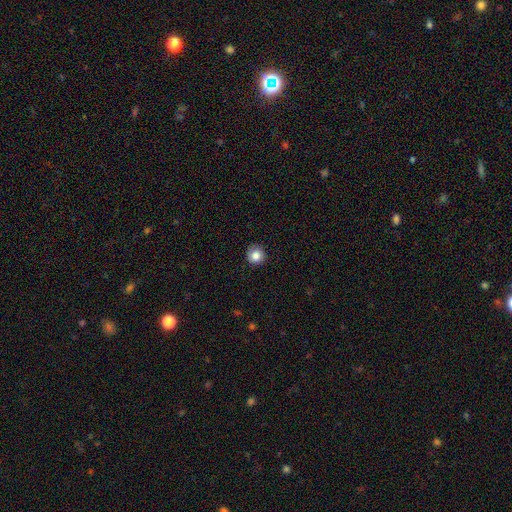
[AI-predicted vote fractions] smooth-or-featured: smooth: 83% | star or artifact: 10% | featured or disk: 7%
  how-rounded: round: 93% | in between: 6% | cigar-shaped: 1%
  merging: none: 86% | minor disturbance: 10% | major disturbance: 2% | merger: 1%